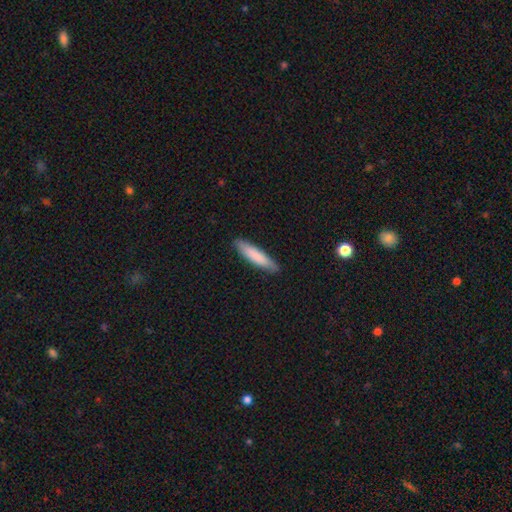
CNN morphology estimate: Smooth or featured: smooth — 81% (featured or disk — 14%)
How rounded: cigar-shaped — 81% (in between — 18%)
Merging: none — 86% (minor disturbance — 11%)